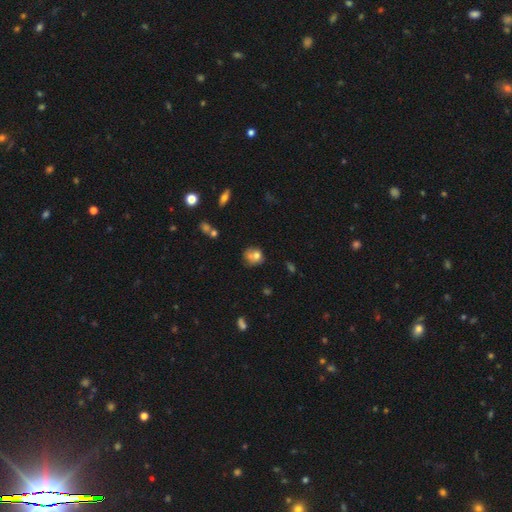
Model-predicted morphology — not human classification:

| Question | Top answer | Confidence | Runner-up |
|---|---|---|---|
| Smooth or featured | smooth | 67% | featured or disk (21%) |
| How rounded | round | 67% | in between (32%) |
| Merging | none | 40% | merger (27%) |